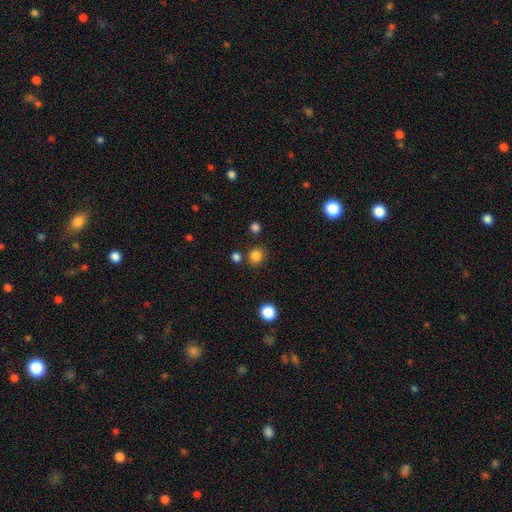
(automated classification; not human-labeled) smooth_or_featured: smooth (p=0.83) [alt: star or artifact p=0.14]
how_rounded: round (p=0.88) [alt: in between p=0.11]
merging: none (p=0.81) [alt: minor disturbance p=0.08]